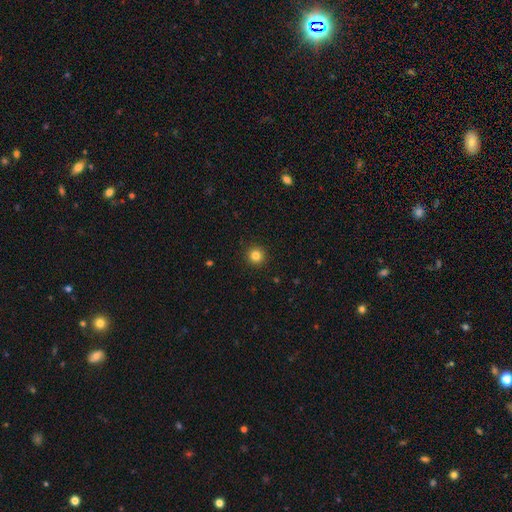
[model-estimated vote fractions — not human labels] This appears to be a smooth galaxy with no disk features (83%) that is round (95%). Merging: none (93%).